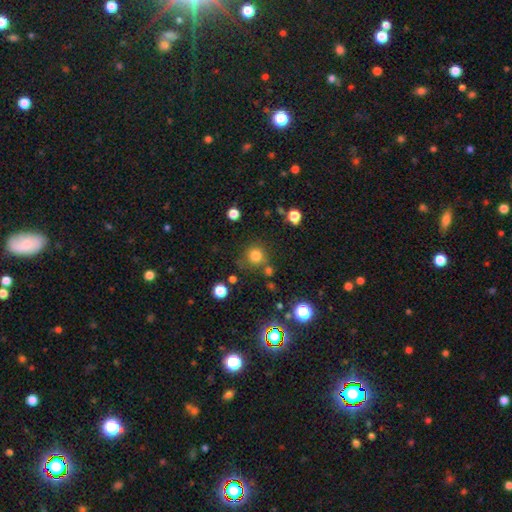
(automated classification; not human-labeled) smooth-or-featured: smooth: 77% | star or artifact: 17% | featured or disk: 6%
  how-rounded: round: 93% | in between: 6% | cigar-shaped: 1%
  merging: none: 76% | minor disturbance: 11% | merger: 9% | major disturbance: 5%